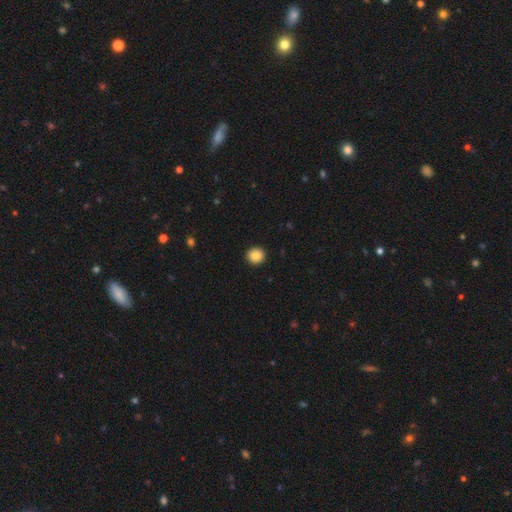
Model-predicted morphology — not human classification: This appears to be a smooth galaxy with no disk features (86%) that is round (89%). Merging: none (93%).